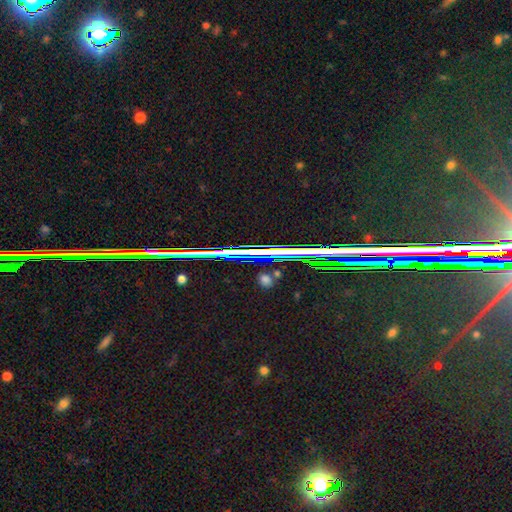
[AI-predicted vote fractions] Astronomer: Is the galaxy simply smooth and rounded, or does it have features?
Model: star or artifact — 83%.